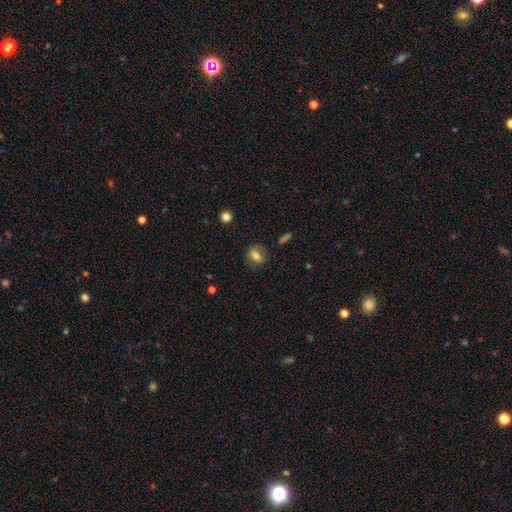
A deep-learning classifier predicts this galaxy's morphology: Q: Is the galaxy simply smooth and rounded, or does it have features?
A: smooth — 67%.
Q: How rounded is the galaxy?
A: in between — 61%.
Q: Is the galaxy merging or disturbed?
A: none — 72%.